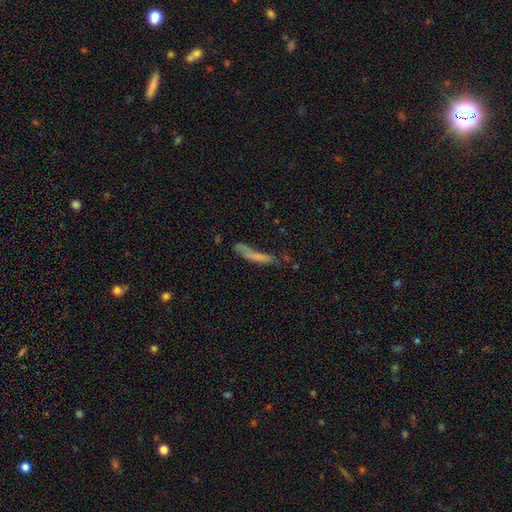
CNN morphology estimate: Smooth or featured: smooth — 64% (featured or disk — 25%)
How rounded: cigar-shaped — 87% (in between — 11%)
Merging: none — 45% (minor disturbance — 24%)